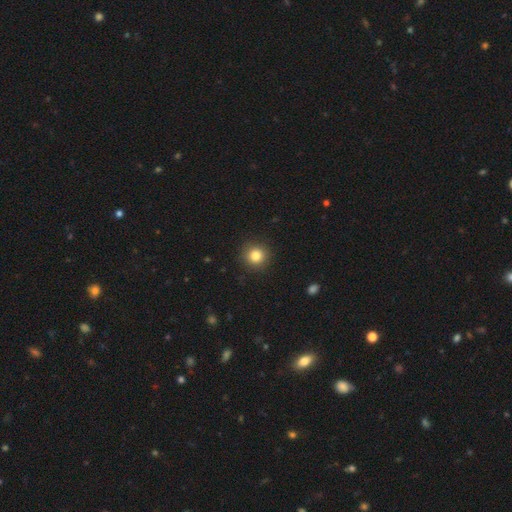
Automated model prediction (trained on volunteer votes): This appears to be a smooth galaxy with no disk features (83%) that is round (93%). Merging: none (91%).